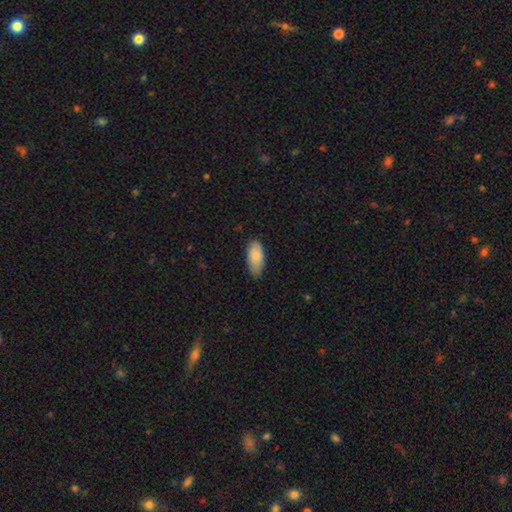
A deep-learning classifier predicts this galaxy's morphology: A smooth galaxy with no disk features (85%) that is in between round and cigar-shaped (91%). Merging: none (76%).